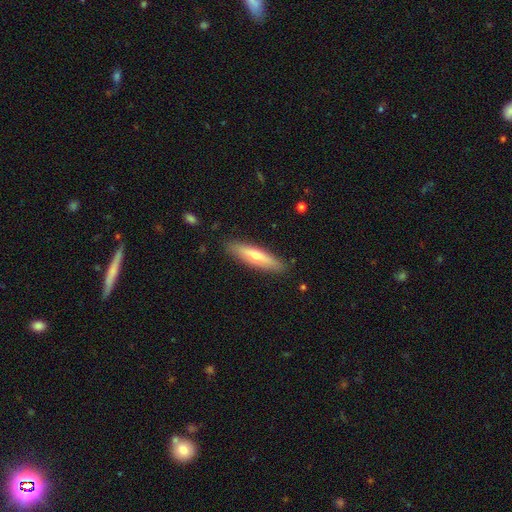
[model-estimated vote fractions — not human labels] Smooth or featured? Predicted: smooth (p=0.53). How rounded? Predicted: cigar-shaped (p=0.77). Merging? Predicted: none (p=0.88).